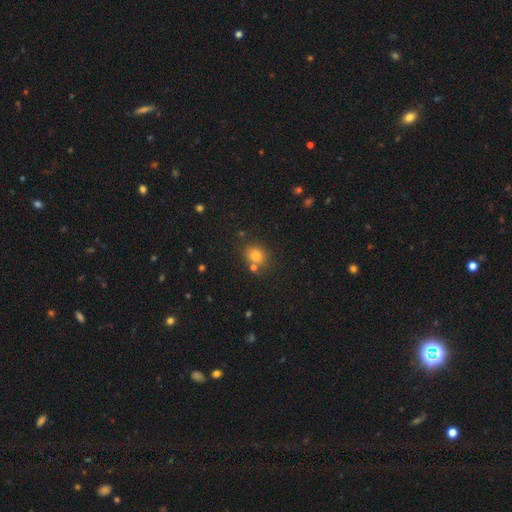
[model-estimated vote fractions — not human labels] smooth-or-featured: smooth: 77% | star or artifact: 14% | featured or disk: 9%
  how-rounded: round: 65% | in between: 34% | cigar-shaped: 1%
  merging: none: 69% | merger: 16% | minor disturbance: 12% | major disturbance: 4%